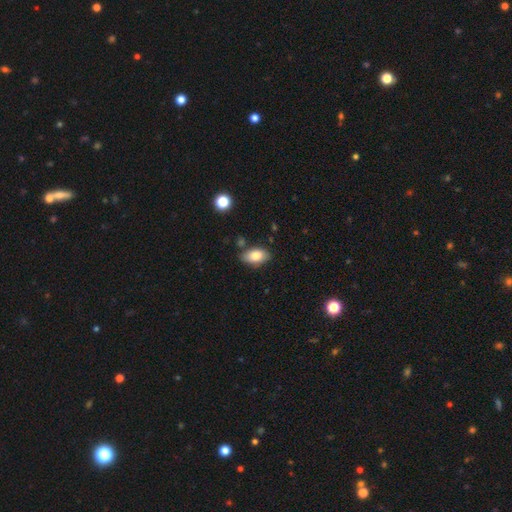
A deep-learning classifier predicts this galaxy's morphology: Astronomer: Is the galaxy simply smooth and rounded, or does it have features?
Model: smooth — 84%.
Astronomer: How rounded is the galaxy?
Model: in between — 93%.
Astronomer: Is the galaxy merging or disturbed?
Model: none — 77%.